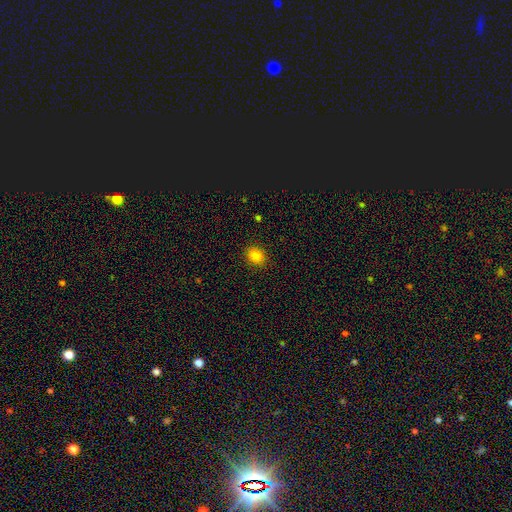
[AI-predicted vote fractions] Smooth or featured? smooth (84%)
How rounded? round (60%)
Merging? none (90%)